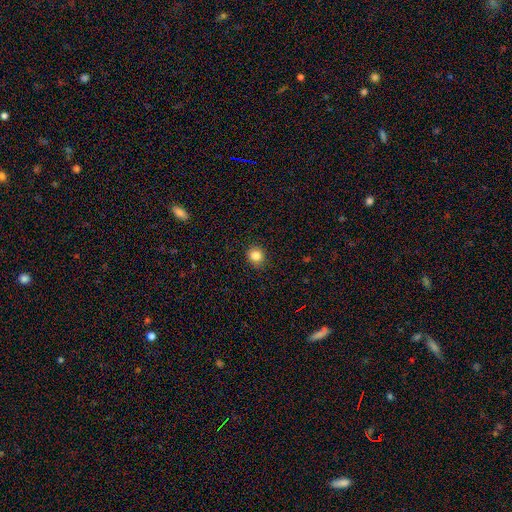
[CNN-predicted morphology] This is clearly a smooth galaxy (84%). How rounded: clearly round (87%). Merging: clearly none (89%).